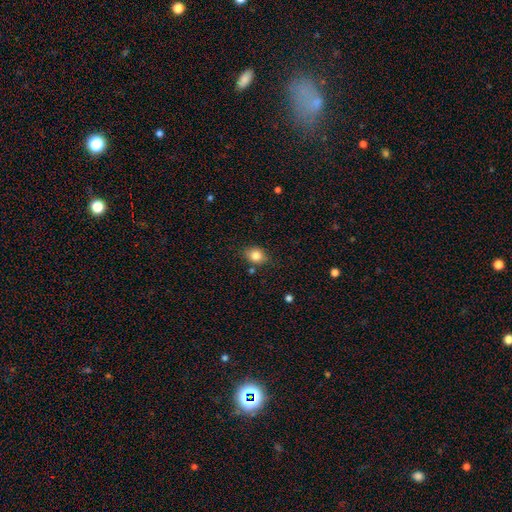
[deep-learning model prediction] smooth_or_featured: smooth (p=0.82) [alt: star or artifact p=0.10]
how_rounded: round (p=0.53) [alt: in between p=0.46]
merging: none (p=0.79) [alt: minor disturbance p=0.14]